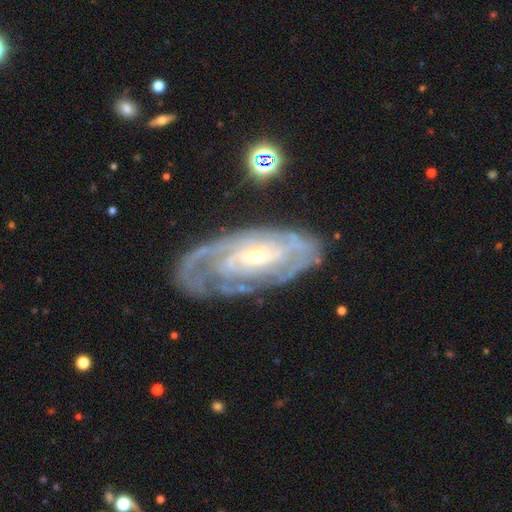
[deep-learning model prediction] featured or disk 85%, smooth 10%, star or artifact 6%. Down the decision tree: edge-on disk — no (92%); bar — no (53%); spiral arms — yes (91%); spiral arm count — can't tell (44%); spiral winding — tight (70%); bulge size — small (65%); merging — none (72%).